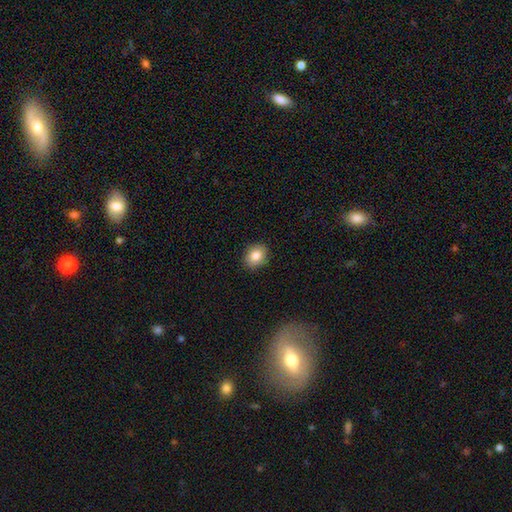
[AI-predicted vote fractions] Smooth or featured?
  - smooth: 83% *
  - star or artifact: 9%
  - featured or disk: 8%
How rounded?
  - round: 54% *
  - in between: 45%
  - cigar-shaped: 1%
Merging?
  - none: 88% *
  - minor disturbance: 9%
  - major disturbance: 2%
  - merger: 1%